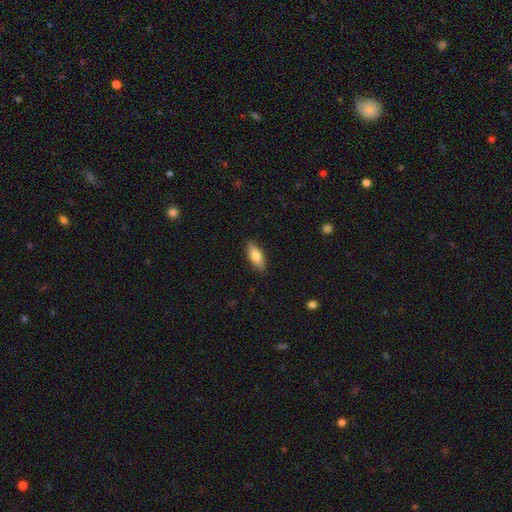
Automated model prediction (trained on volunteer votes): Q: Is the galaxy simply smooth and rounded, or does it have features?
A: smooth — 75%.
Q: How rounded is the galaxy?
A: in between — 66%.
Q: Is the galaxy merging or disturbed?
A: none — 87%.